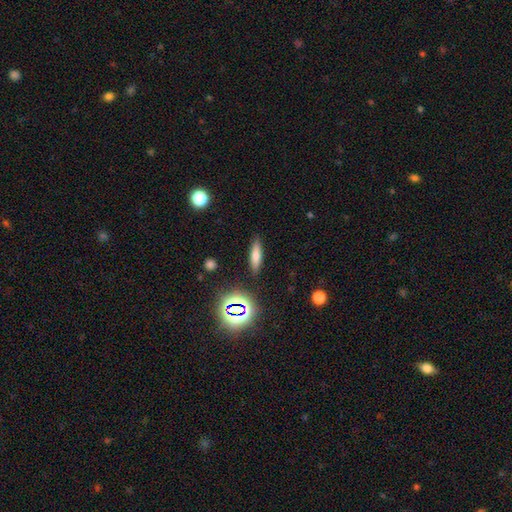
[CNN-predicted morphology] Smooth or featured? Predicted: smooth (p=0.69). How rounded? Predicted: cigar-shaped (p=0.66). Merging? Predicted: none (p=0.86).